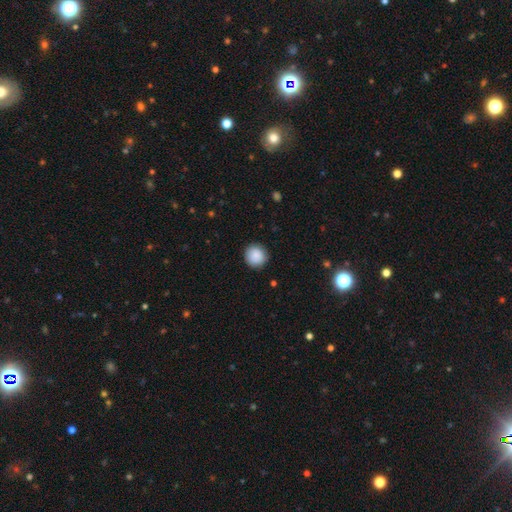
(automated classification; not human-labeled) Q: Smooth or featured?
A: smooth (89%); runner-up: star or artifact (7%)
Q: How rounded?
A: round (93%); runner-up: in between (6%)
Q: Merging?
A: none (89%); runner-up: minor disturbance (8%)